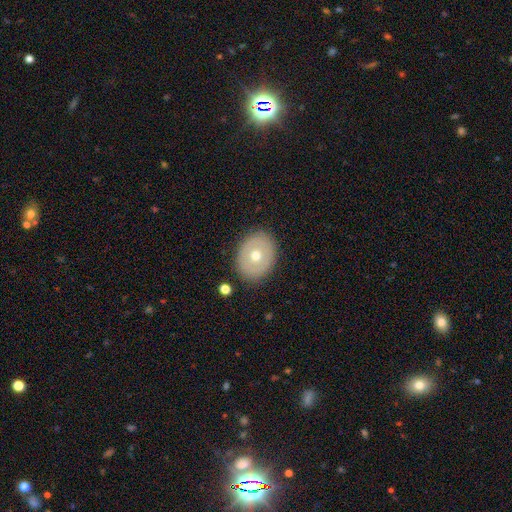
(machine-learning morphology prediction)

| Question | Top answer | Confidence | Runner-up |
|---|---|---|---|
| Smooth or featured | smooth | 55% | featured or disk (38%) |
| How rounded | in between | 54% | round (45%) |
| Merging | none | 87% | minor disturbance (9%) |